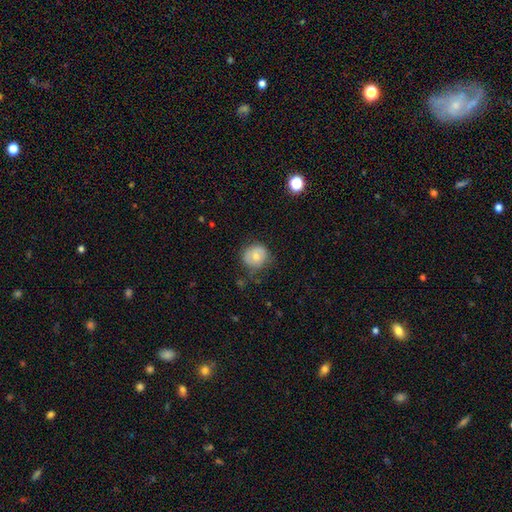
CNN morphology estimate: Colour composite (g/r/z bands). It shows a smooth galaxy with no disk features (68%) that is round (84%). Merging: none (70%).